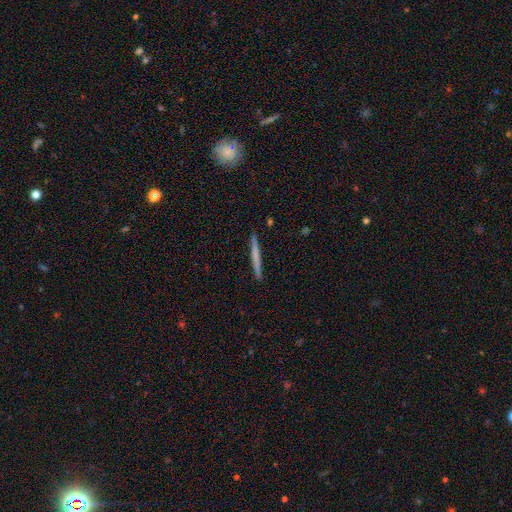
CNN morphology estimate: Smooth or featured: smooth — 53% (featured or disk — 41%)
How rounded: cigar-shaped — 97% (in between — 2%)
Merging: none — 92% (minor disturbance — 5%)